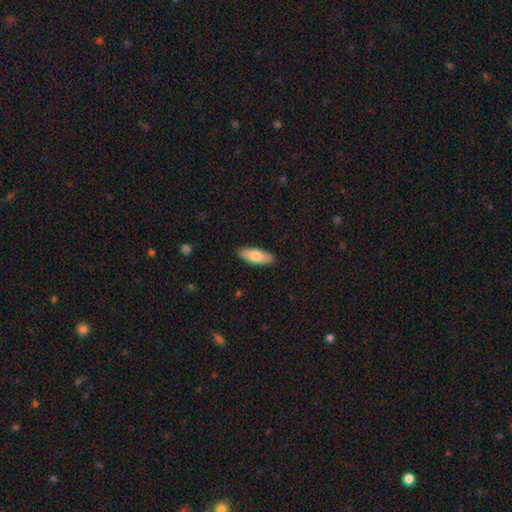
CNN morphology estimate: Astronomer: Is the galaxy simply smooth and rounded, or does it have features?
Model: smooth — 75%.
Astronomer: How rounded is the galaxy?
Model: in between — 66%.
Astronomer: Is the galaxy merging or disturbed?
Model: none — 89%.